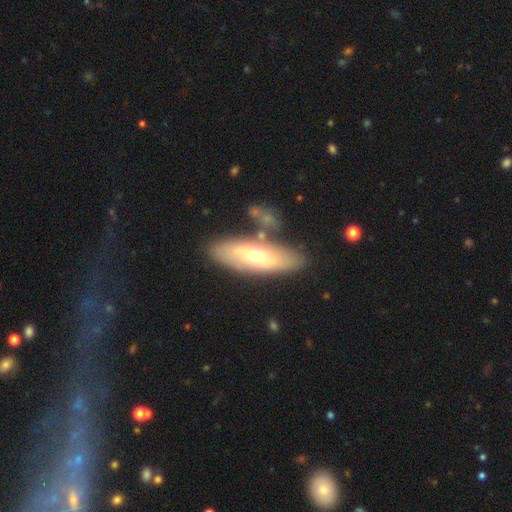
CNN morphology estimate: The model was most divided on "smooth or featured": featured or disk: 49%, smooth: 44%, star or artifact: 7%. More confident: merging — none (72%).